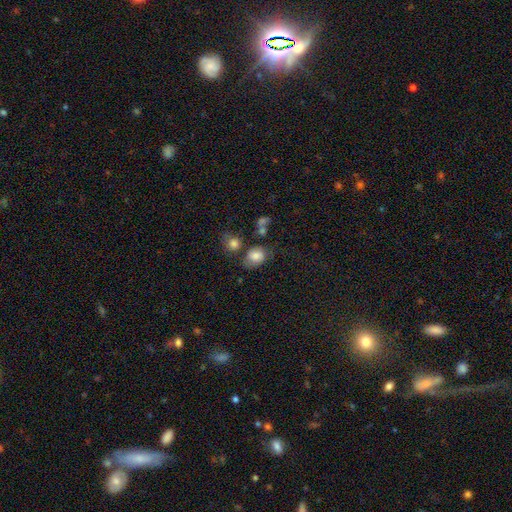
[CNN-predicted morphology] Smooth or featured?
  - smooth: 78% *
  - featured or disk: 12%
  - star or artifact: 10%
How rounded?
  - in between: 50% *
  - round: 49%
  - cigar-shaped: 1%
Merging?
  - none: 53% *
  - minor disturbance: 22%
  - merger: 14%
  - major disturbance: 10%